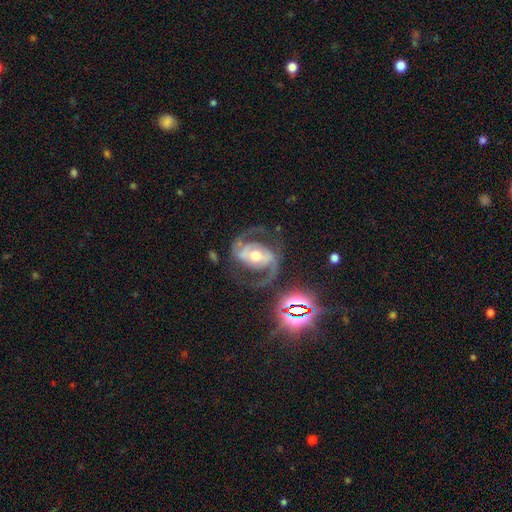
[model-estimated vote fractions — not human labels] smooth-or-featured: featured or disk: 87% | star or artifact: 8% | smooth: 5%
  disk-edge-on: no: 97% | yes: 3%
    bar: strong: 40% | weak: 31% | no: 29%
    has-spiral-arms: yes: 97% | no: 3%
      spiral-winding: medium: 61% | loose: 21% | tight: 19%
      spiral-arm-count: 2: 93% | can't tell: 2% | 1: 2% | 3: 1% | 4: 1% | more than 4: 1%
    bulge-size: moderate: 69% | small: 22% | large: 6% | dominant: 1% | none: 1%
  merging: none: 76% | minor disturbance: 12% | major disturbance: 9% | merger: 2%